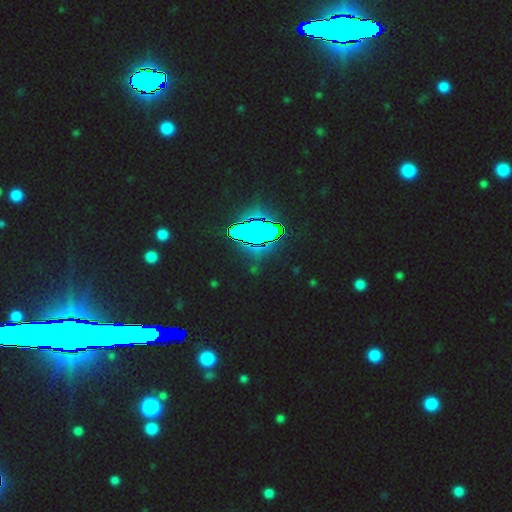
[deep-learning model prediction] This is likely a star or artifact rather than a galaxy (77%).